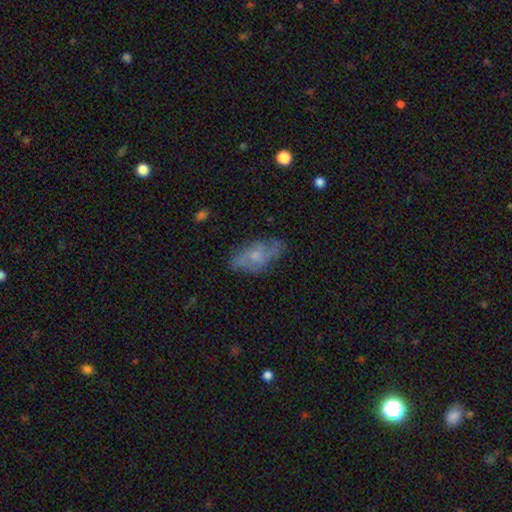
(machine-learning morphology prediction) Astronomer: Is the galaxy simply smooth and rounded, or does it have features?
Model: featured or disk — 55% (runner-up: smooth, 37%).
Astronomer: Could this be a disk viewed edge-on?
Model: no — 90%.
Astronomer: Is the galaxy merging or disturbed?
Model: none — 68%.